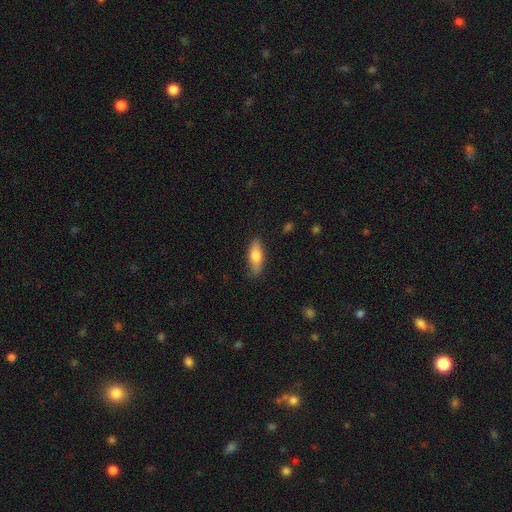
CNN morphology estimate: This appears to be a smooth galaxy with no disk features (75%) that is in between round and cigar-shaped (64%). Merging: none (82%).